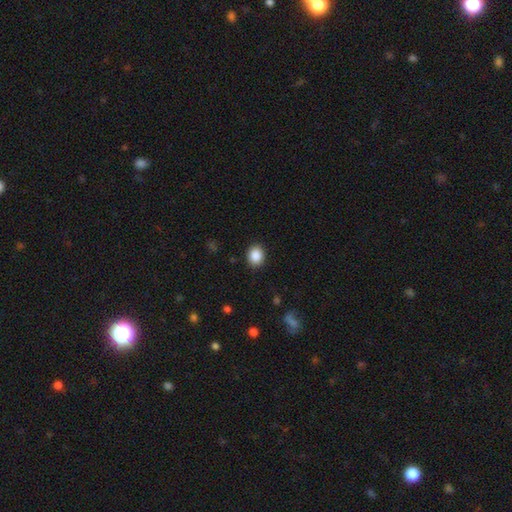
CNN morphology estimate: Q: Smooth or featured?
A: smooth (88%); runner-up: star or artifact (9%)
Q: How rounded?
A: round (58%); runner-up: in between (41%)
Q: Merging?
A: none (90%); runner-up: minor disturbance (7%)